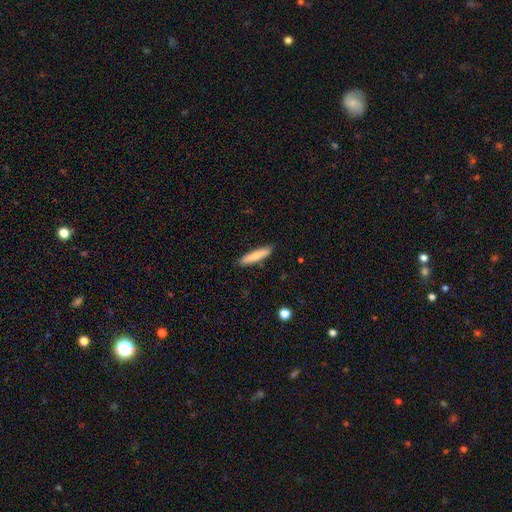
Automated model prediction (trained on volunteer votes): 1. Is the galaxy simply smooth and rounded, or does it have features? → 75% smooth, 19% featured or disk, 6% star or artifact.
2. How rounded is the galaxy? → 85% cigar-shaped, 13% in between, 1% round.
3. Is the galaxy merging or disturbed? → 89% none, 8% minor disturbance, 2% major disturbance, 1% merger.